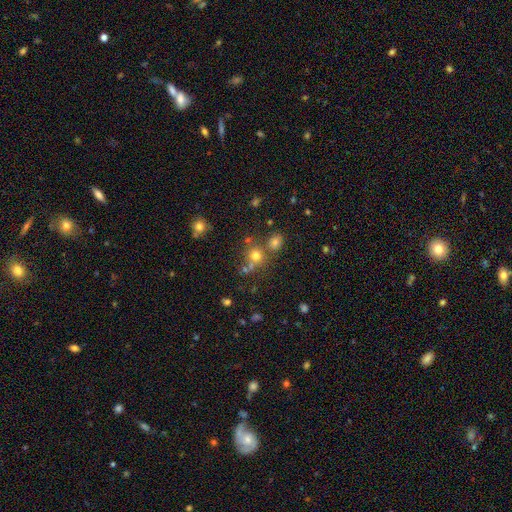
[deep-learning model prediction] This is likely a smooth galaxy (70%). How rounded: clearly round (86%). Merging: likely none (64%).